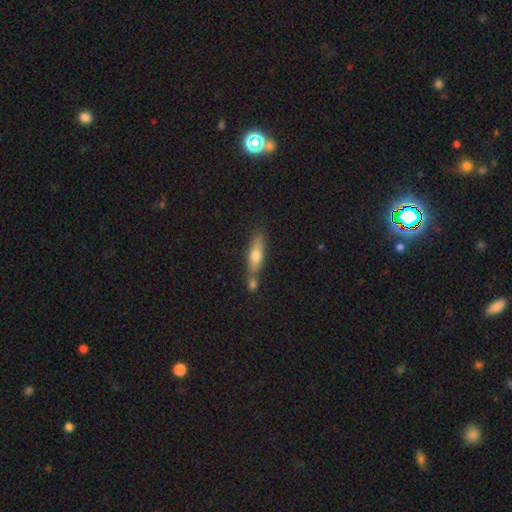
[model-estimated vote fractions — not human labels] A smooth galaxy with no disk features (62%) that is cigar-shaped (63%).

Vote fractions:
- Smooth or featured? smooth: 62% / featured or disk: 30% / star or artifact: 7%
- How rounded? cigar-shaped: 63% / in between: 34% / round: 3%
- Merging? none: 55% / merger: 28% / minor disturbance: 13% / major disturbance: 4%